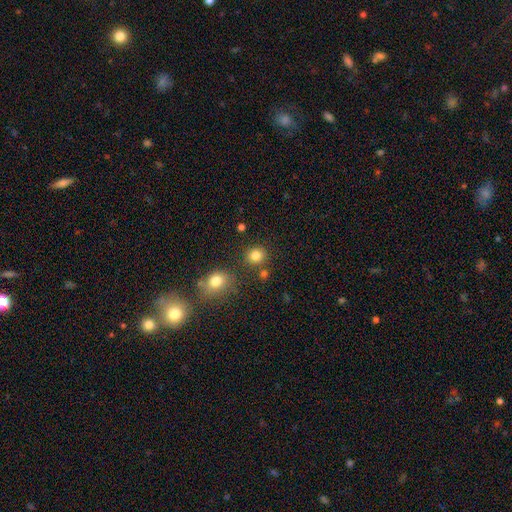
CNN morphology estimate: smooth_or_featured: smooth (p=0.82) [alt: star or artifact p=0.12]
how_rounded: round (p=0.81) [alt: in between p=0.18]
merging: none (p=0.80) [alt: minor disturbance p=0.08]